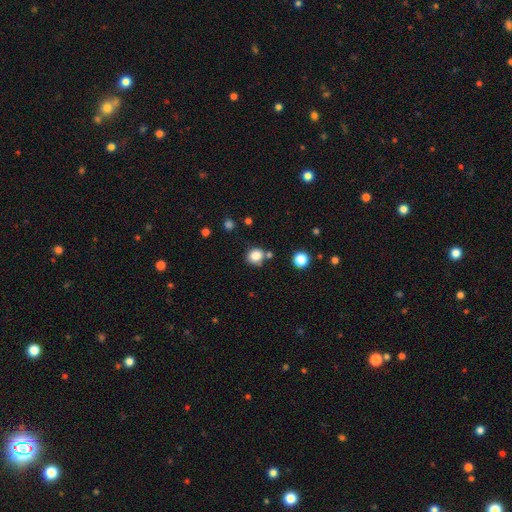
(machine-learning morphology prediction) A smooth galaxy with no disk features (83%) that is round (83%).

Vote fractions:
- Smooth or featured? smooth: 83% / star or artifact: 12% / featured or disk: 5%
- How rounded? round: 83% / in between: 16% / cigar-shaped: 1%
- Merging? none: 72% / minor disturbance: 12% / merger: 12% / major disturbance: 4%